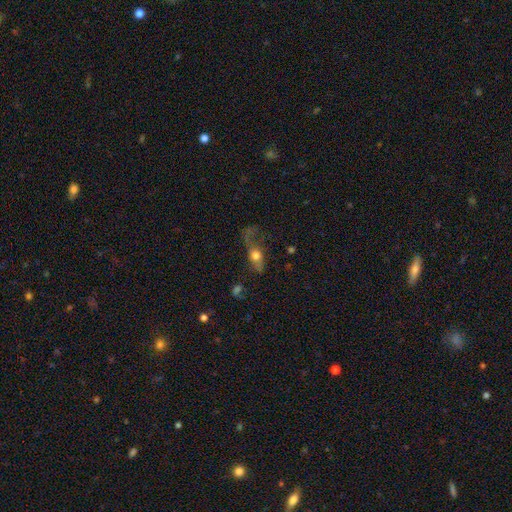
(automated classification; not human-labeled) Morphology: type=smooth (50%); roundness=in between (58%); merging=major disturbance (46%).